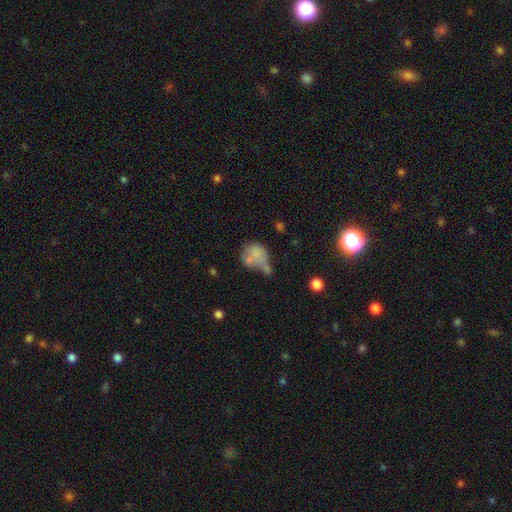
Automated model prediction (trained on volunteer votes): A smooth galaxy with no disk features (70%) that is round (65%).

Vote fractions:
- Smooth or featured? smooth: 70% / featured or disk: 19% / star or artifact: 11%
- How rounded? round: 65% / in between: 33% / cigar-shaped: 1%
- Merging? merger: 35% / none: 30% / minor disturbance: 20% / major disturbance: 15%